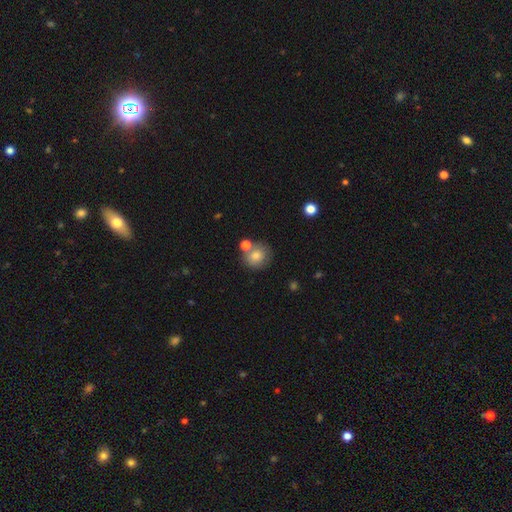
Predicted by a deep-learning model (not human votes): Morphology: type=smooth (80%); roundness=round (86%); merging=none (65%).